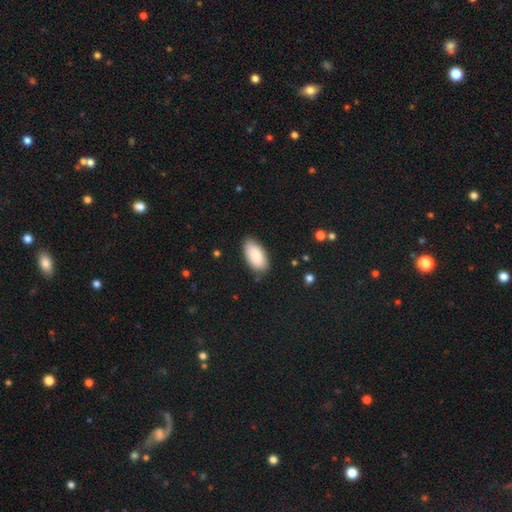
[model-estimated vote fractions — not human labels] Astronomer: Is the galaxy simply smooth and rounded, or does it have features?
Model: smooth — 87%.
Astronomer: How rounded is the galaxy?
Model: in between — 95%.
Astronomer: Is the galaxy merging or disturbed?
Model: none — 82%.